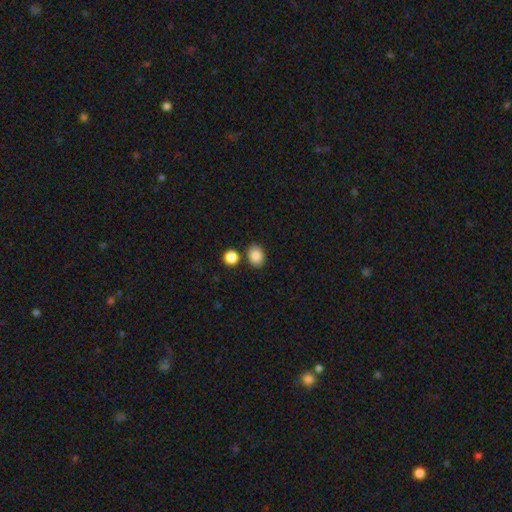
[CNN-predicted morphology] smooth 87%, star or artifact 9%, featured or disk 4%. Down the decision tree: how rounded — in between (59%); merging — none (81%).